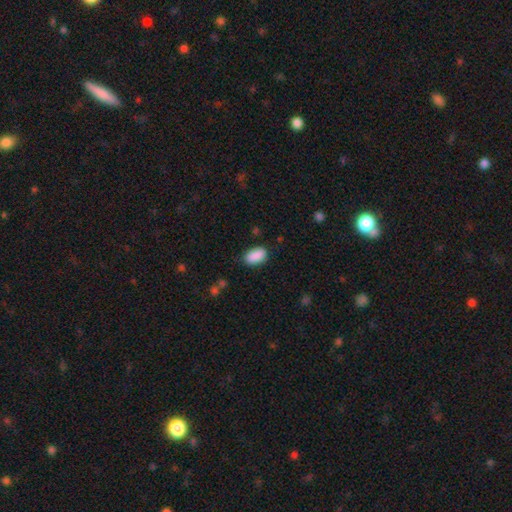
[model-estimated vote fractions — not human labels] smooth 90%, star or artifact 7%, featured or disk 3%. Down the decision tree: how rounded — in between (92%); merging — none (84%).